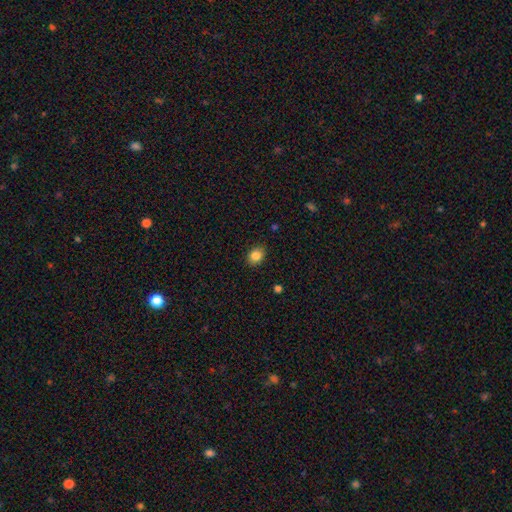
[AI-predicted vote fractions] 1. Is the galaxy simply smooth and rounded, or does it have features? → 85% smooth, 10% star or artifact, 5% featured or disk.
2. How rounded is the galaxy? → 52% in between, 47% round, 1% cigar-shaped.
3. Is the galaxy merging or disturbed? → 86% none, 11% minor disturbance, 2% major disturbance, 1% merger.